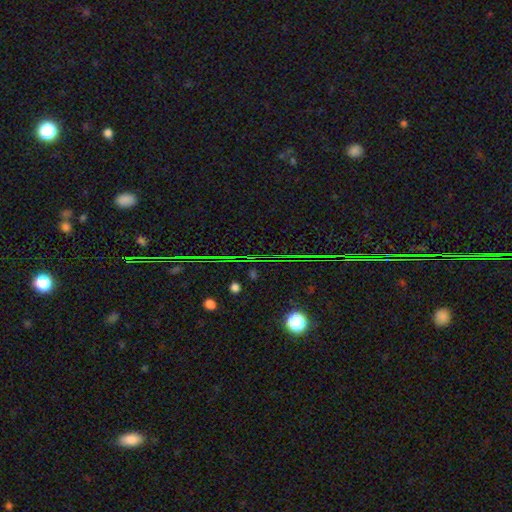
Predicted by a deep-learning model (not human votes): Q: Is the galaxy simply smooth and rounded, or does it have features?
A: star or artifact — 79%.